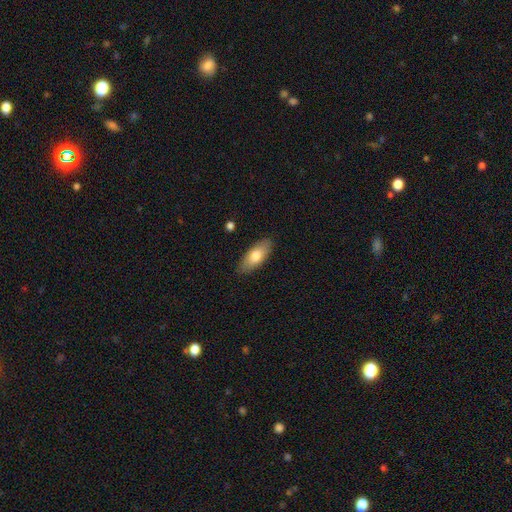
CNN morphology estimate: A smooth galaxy with no disk features (75%) that is in between round and cigar-shaped (85%). Merging: none (87%).